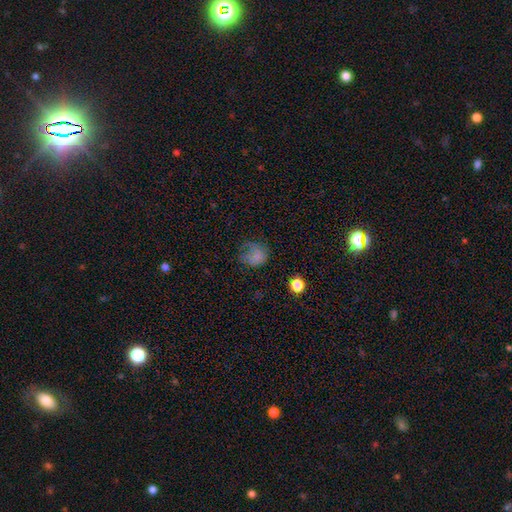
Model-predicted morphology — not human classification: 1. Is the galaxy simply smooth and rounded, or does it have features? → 70% smooth, 16% featured or disk, 15% star or artifact.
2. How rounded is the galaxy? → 66% round, 33% in between, 1% cigar-shaped.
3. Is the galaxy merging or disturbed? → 40% none, 31% major disturbance, 27% minor disturbance, 2% merger.